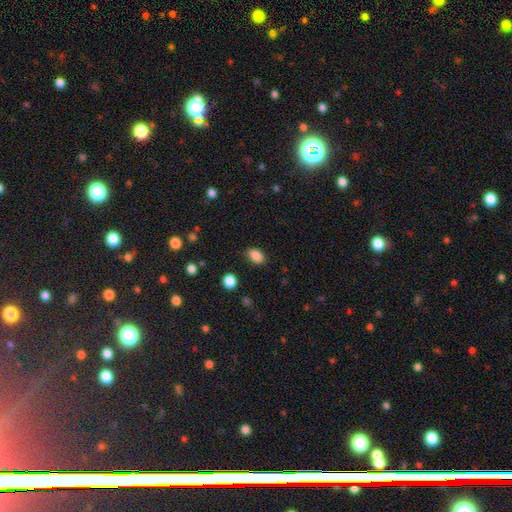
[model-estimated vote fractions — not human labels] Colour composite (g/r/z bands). It shows a smooth galaxy with no disk features (87%) that is in between round and cigar-shaped (84%). Merging: none (84%).